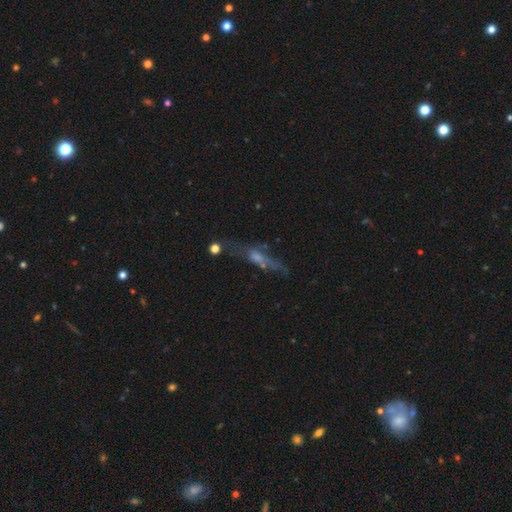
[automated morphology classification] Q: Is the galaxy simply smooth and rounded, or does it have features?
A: featured or disk — 53%.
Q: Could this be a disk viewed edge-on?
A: yes — 59%.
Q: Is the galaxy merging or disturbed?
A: none — 54%.